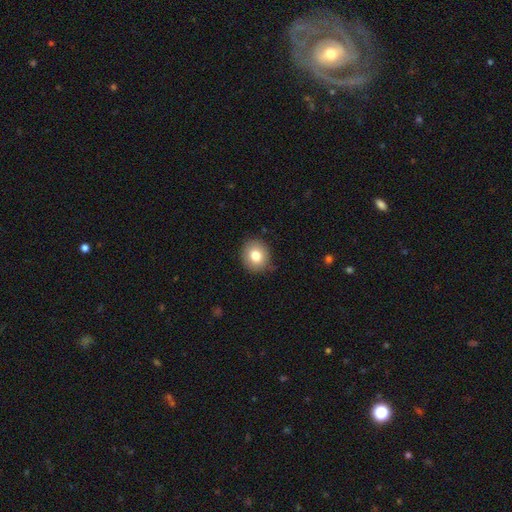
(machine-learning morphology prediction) The model was most divided on "how rounded": round: 75%, in between: 24%, cigar-shaped: 1%. More confident: merging — none (85%); smooth or featured — smooth (80%).